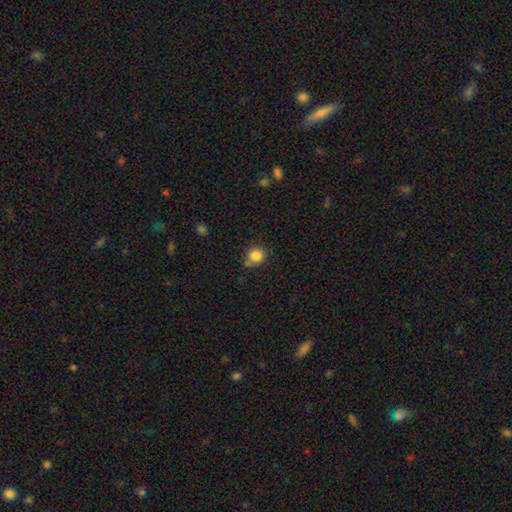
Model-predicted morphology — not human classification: type=smooth (84%); roundness=round (89%); merging=none (71%).